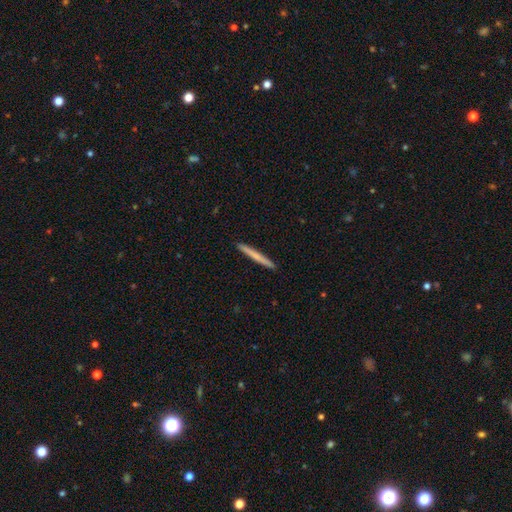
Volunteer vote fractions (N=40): Smooth or featured? 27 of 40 (68%) said smooth. How rounded? 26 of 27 (96%) said cigar-shaped. Merging? 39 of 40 (98%) said none.